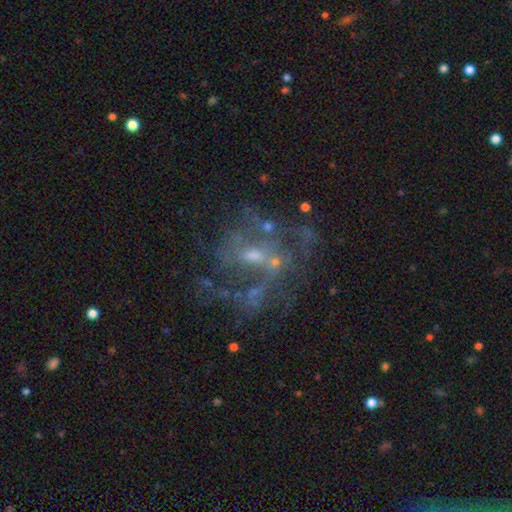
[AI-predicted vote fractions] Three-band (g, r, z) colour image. It shows a featured or disk galaxy (75%) with no bar (49%), spiral arms (64%) and a small central bulge (54%). Merging: none (47%).